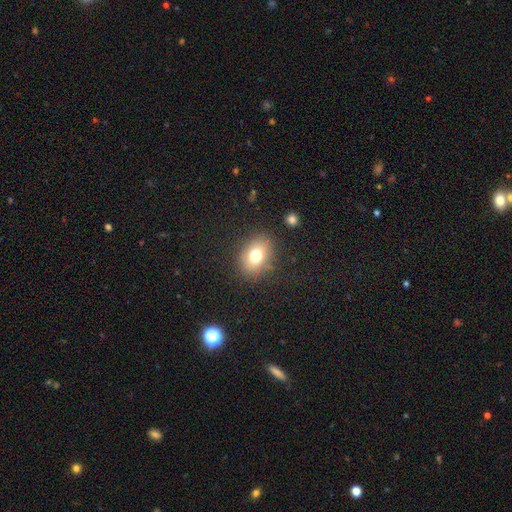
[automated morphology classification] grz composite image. It shows a smooth galaxy with no disk features (73%) that is in between round and cigar-shaped (63%). Merging: none (82%).